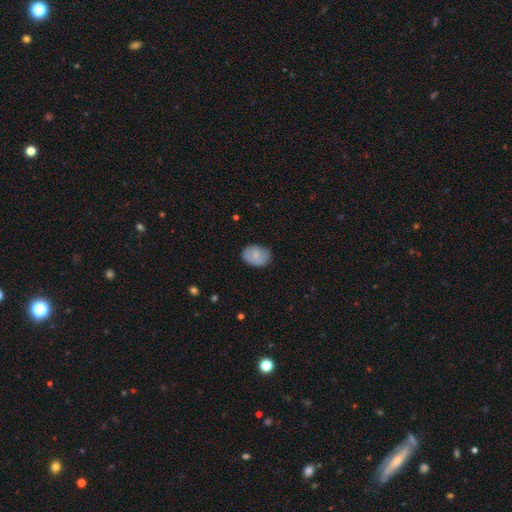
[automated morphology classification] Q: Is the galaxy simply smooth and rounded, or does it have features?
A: smooth — 73%.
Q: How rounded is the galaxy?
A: in between — 74%.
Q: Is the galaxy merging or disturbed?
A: none — 70%.